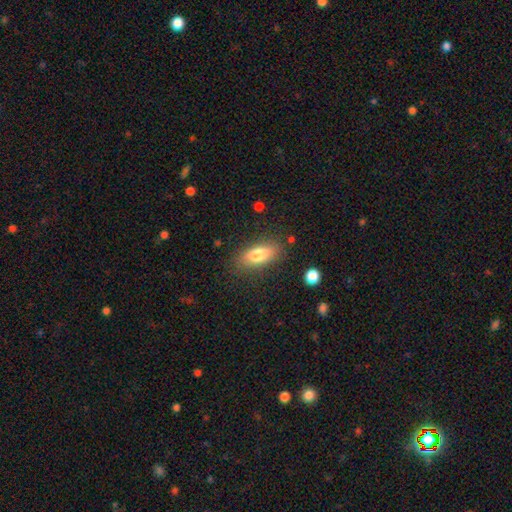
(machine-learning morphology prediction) Smooth or featured?
  - smooth: 78% *
  - featured or disk: 14%
  - star or artifact: 8%
How rounded?
  - in between: 79% *
  - cigar-shaped: 17%
  - round: 4%
Merging?
  - none: 80% *
  - minor disturbance: 14%
  - major disturbance: 4%
  - merger: 2%